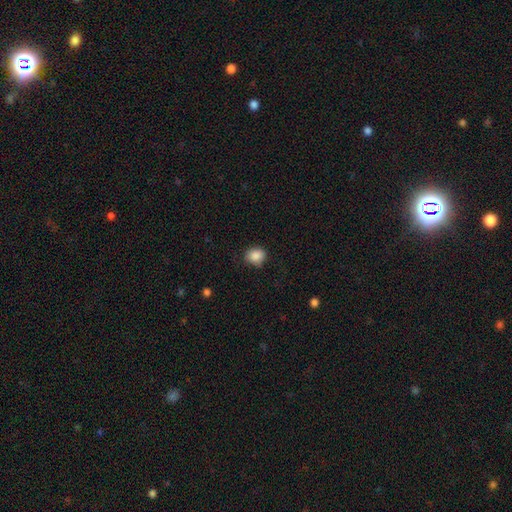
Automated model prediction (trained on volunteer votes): smooth 88%, star or artifact 9%, featured or disk 3%. Down the decision tree: how rounded — round (68%); merging — none (77%).